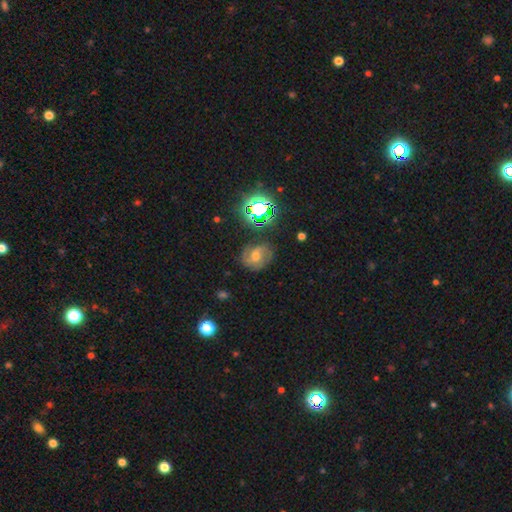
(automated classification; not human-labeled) smooth_or_featured: featured or disk (p=0.58) [alt: smooth p=0.22]
disk_edge_on: no (p=0.97) [alt: yes p=0.03]
bar: no (p=0.45) [alt: weak p=0.43]
has_spiral_arms: yes (p=0.88) [alt: no p=0.12]
bulge_size: moderate (p=0.63) [alt: small p=0.27]
merging: none (p=0.75) [alt: minor disturbance p=0.17]